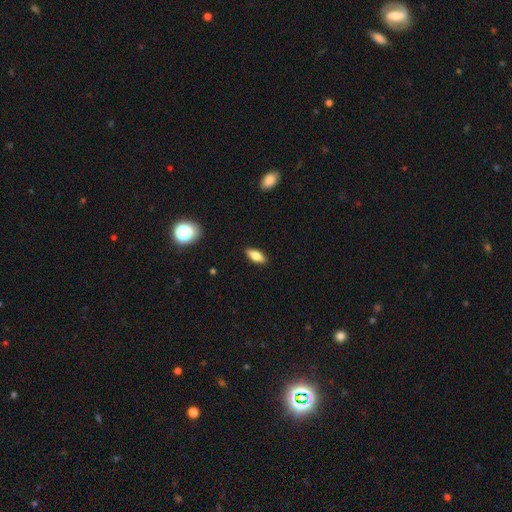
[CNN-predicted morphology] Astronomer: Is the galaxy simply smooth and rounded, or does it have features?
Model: smooth — 71%.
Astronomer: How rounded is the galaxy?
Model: in between — 77%.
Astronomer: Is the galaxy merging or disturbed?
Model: none — 89%.